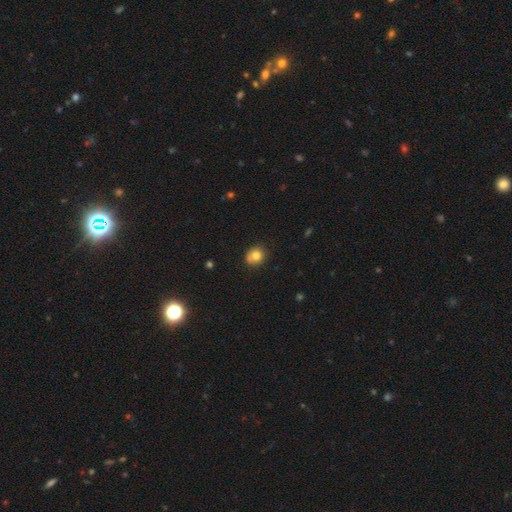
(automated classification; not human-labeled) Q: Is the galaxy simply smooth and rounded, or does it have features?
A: smooth — 79%.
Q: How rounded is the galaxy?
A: round — 77%.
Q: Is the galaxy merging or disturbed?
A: none — 72%.